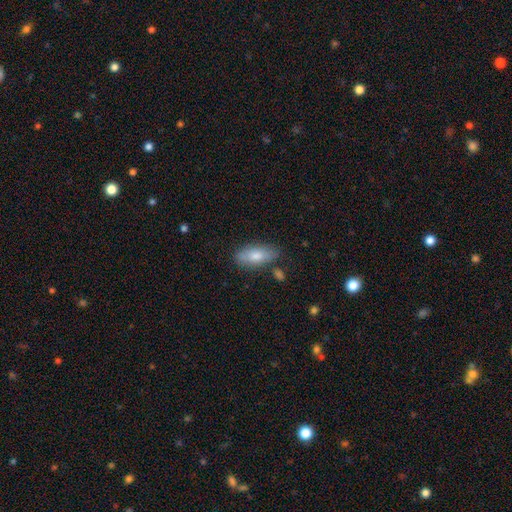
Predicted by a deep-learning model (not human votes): Smooth or featured: smooth — 74% (featured or disk — 19%)
How rounded: in between — 79% (cigar-shaped — 18%)
Merging: none — 76% (minor disturbance — 16%)